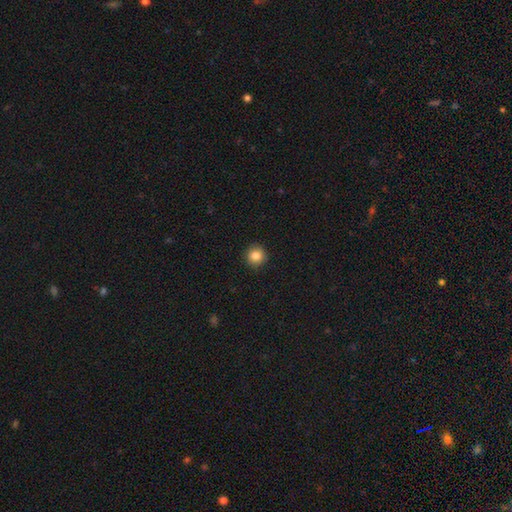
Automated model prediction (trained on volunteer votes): Q: Smooth or featured?
A: smooth (85%); runner-up: star or artifact (10%)
Q: How rounded?
A: round (94%); runner-up: in between (5%)
Q: Merging?
A: none (92%); runner-up: minor disturbance (6%)